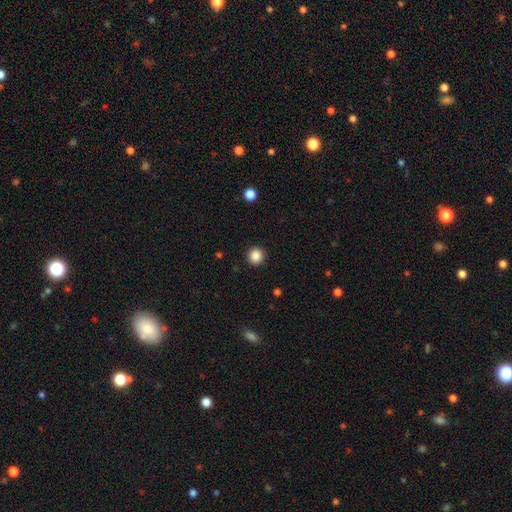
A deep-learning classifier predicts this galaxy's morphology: Smooth or featured? Predicted: smooth (p=0.86). How rounded? Predicted: round (p=0.94). Merging? Predicted: none (p=0.93).